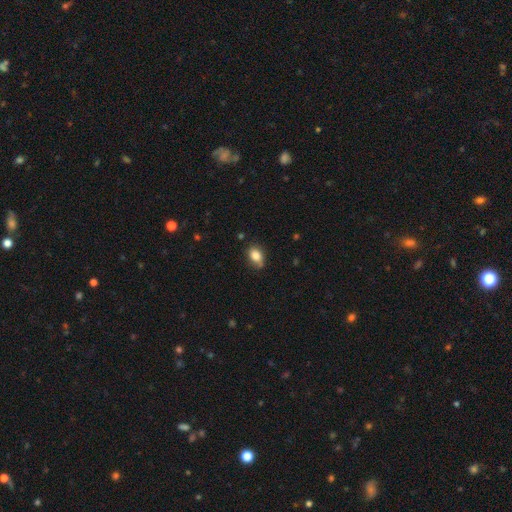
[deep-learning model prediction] Overall: smooth (82%). How rounded: in between (79%). Merging: none (69%).